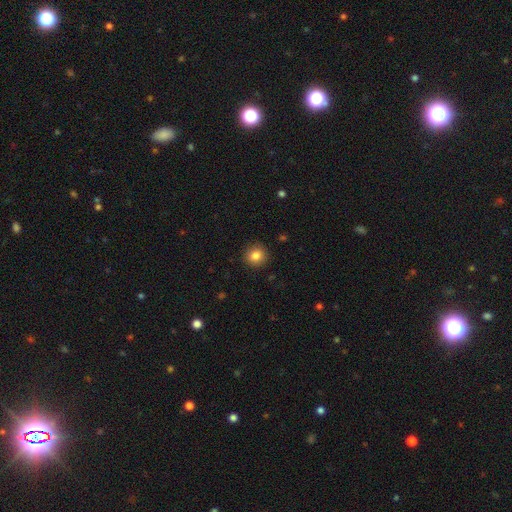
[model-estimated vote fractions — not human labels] smooth-or-featured: smooth: 84% | star or artifact: 10% | featured or disk: 6%
  how-rounded: round: 91% | in between: 8% | cigar-shaped: 1%
  merging: none: 91% | minor disturbance: 6% | major disturbance: 2% | merger: 1%